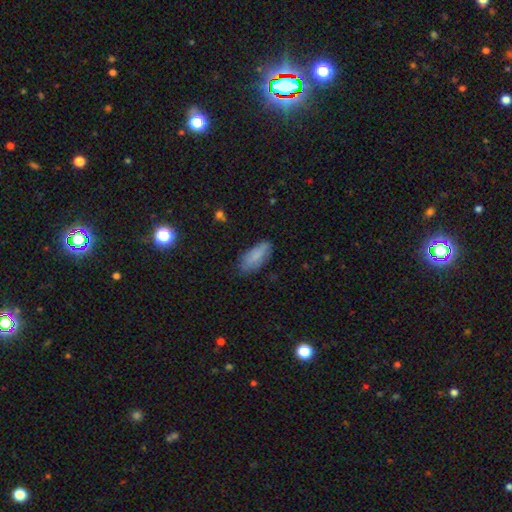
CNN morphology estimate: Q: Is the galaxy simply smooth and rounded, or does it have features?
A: smooth — 81%.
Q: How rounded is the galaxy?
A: in between — 78%.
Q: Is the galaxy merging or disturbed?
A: none — 75%.